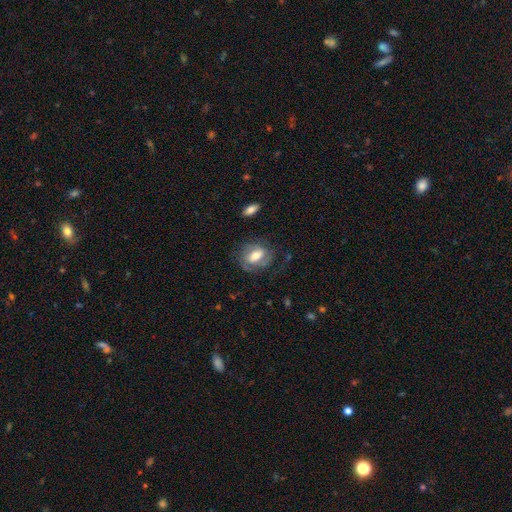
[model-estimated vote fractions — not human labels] The model was most divided on "bar": weak: 44%, no: 30%, strong: 26%. More confident: edge-on disk — no (94%); spiral arms — yes (79%); merging — none (62%); smooth or featured — featured or disk (58%); bulge size — moderate (56%).